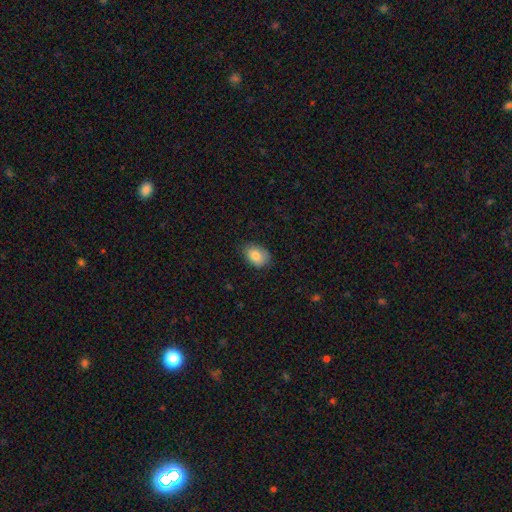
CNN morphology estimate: smooth-or-featured: smooth: 83% | featured or disk: 10% | star or artifact: 7%
  how-rounded: in between: 79% | round: 20% | cigar-shaped: 1%
  merging: none: 78% | minor disturbance: 18% | major disturbance: 3% | merger: 1%